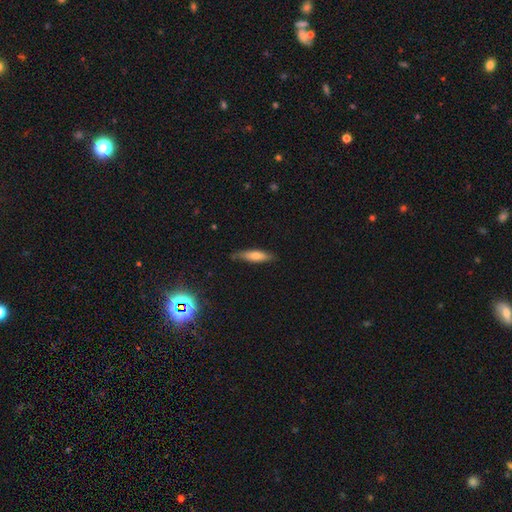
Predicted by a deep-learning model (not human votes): A smooth galaxy with no disk features (70%) that is cigar-shaped (70%). Merging: none (77%).